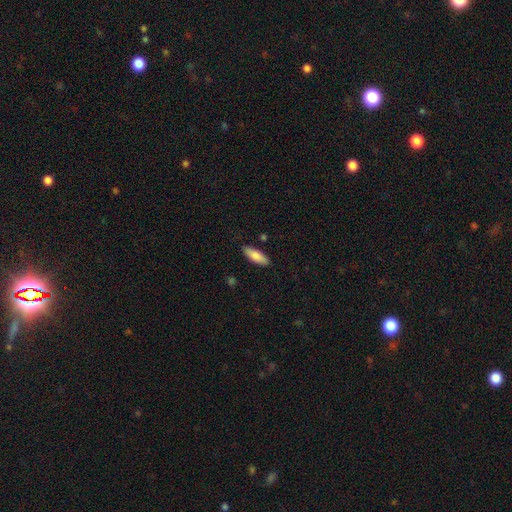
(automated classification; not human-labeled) The model was most divided on "how rounded": in between: 65%, cigar-shaped: 33%, round: 2%. More confident: merging — none (87%); smooth or featured — smooth (84%).